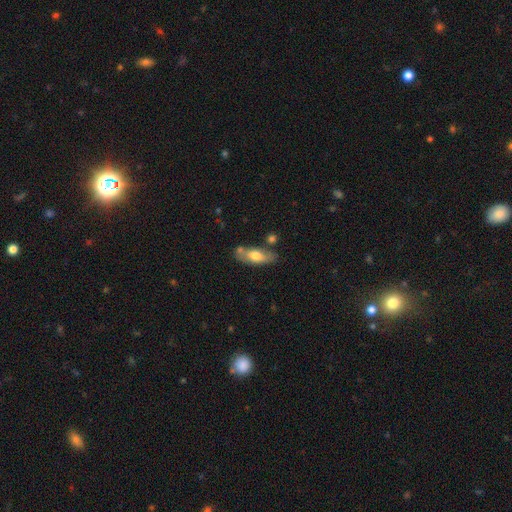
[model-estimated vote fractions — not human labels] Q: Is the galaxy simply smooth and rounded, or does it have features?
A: smooth — 64%.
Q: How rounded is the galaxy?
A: in between — 73%.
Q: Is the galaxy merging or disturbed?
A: none — 66%.